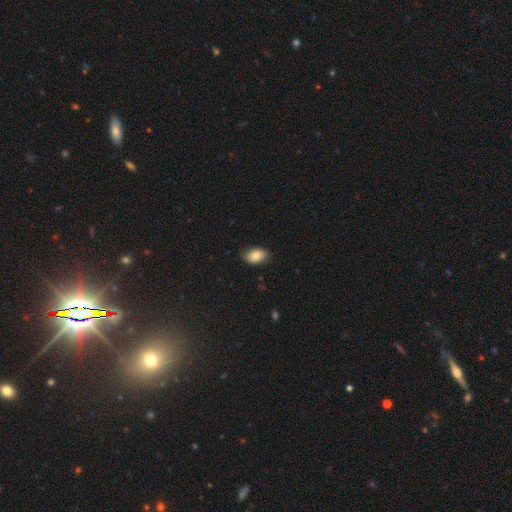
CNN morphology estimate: Smooth or featured? smooth (84%)
How rounded? in between (89%)
Merging? none (82%)